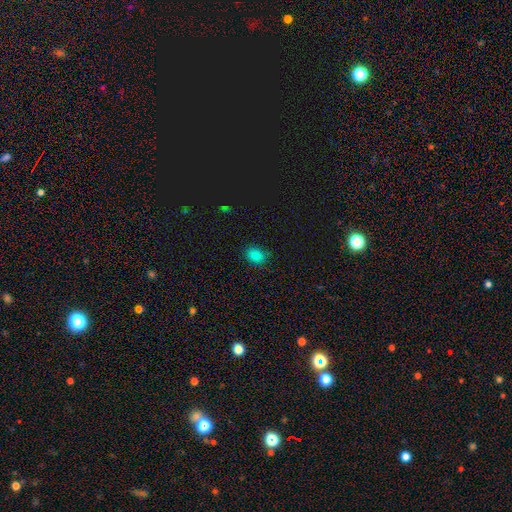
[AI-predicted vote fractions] A smooth galaxy with no disk features (82%) that is in between round and cigar-shaped (58%). Merging: none (83%).